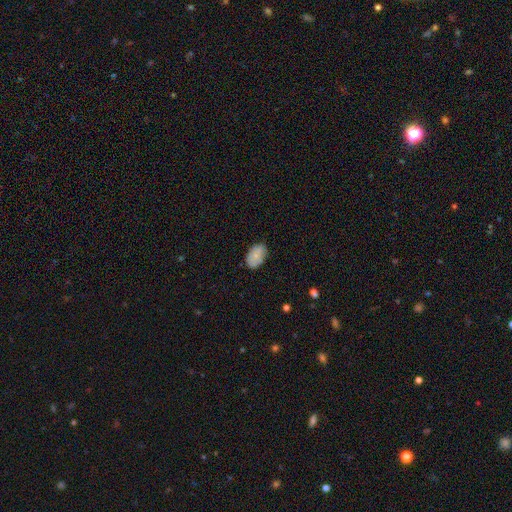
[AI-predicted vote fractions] This is likely a smooth galaxy (80%). How rounded: clearly in between (91%). Merging: likely none (79%).